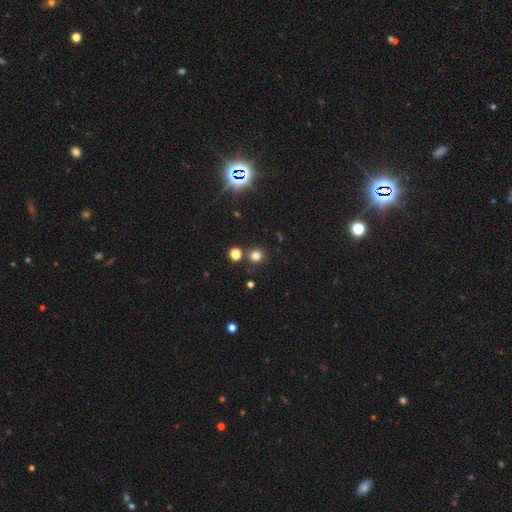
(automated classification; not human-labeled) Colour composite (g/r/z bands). It shows a smooth galaxy with no disk features (75%) that is round (92%). Merging: none (82%).